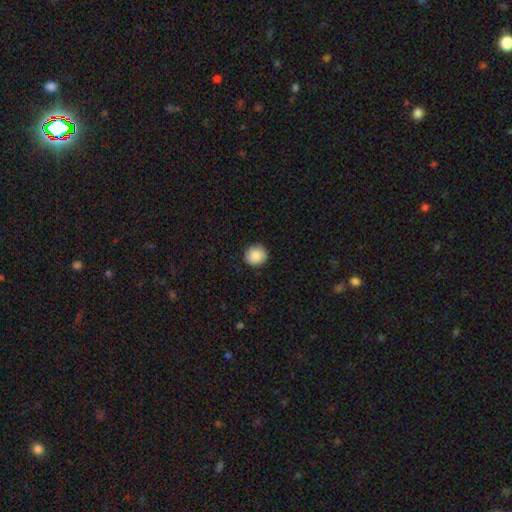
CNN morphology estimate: Smooth or featured?
  - smooth: 88% *
  - star or artifact: 8%
  - featured or disk: 4%
How rounded?
  - round: 88% *
  - in between: 11%
  - cigar-shaped: 1%
Merging?
  - none: 91% *
  - minor disturbance: 6%
  - major disturbance: 2%
  - merger: 1%